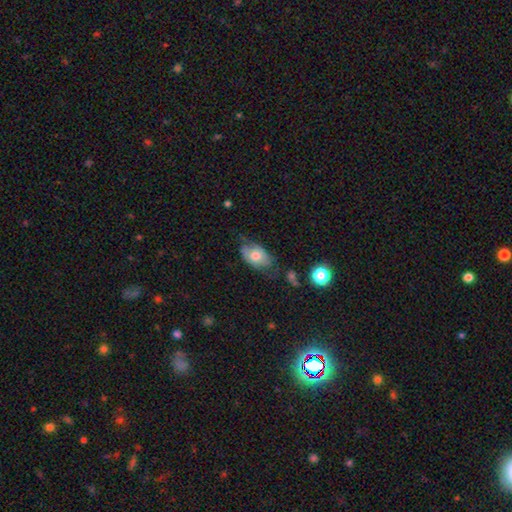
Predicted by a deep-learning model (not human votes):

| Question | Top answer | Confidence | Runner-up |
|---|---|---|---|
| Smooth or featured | smooth | 63% | featured or disk (29%) |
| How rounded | in between | 88% | round (10%) |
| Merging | none | 49% | minor disturbance (33%) |